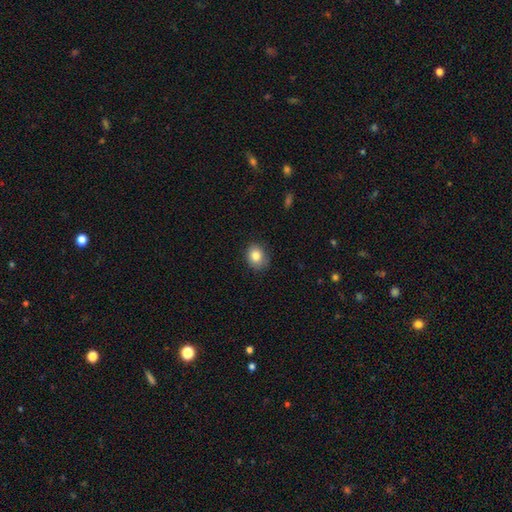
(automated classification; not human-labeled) smooth 84%, star or artifact 9%, featured or disk 7%. Down the decision tree: how rounded — round (63%); merging — none (83%).